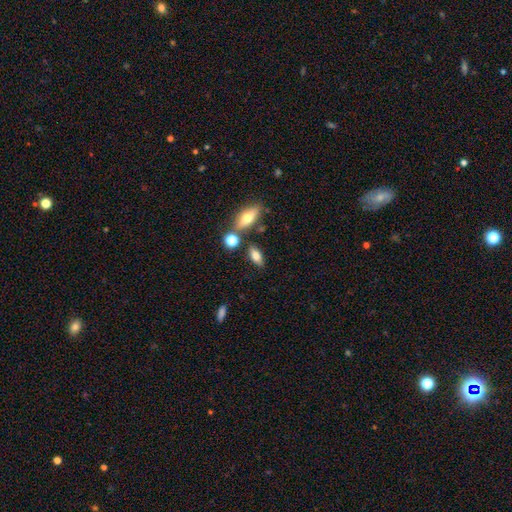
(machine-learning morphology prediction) Overall: smooth (76%). How rounded: in between (78%). Merging: none (72%).